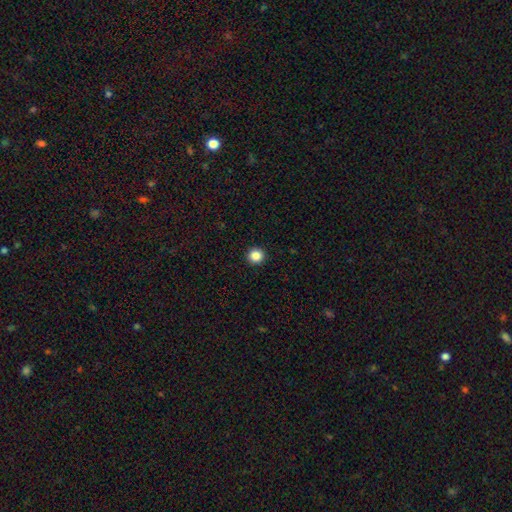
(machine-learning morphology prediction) smooth 86%, star or artifact 10%, featured or disk 3%. Down the decision tree: how rounded — round (94%); merging — none (94%).